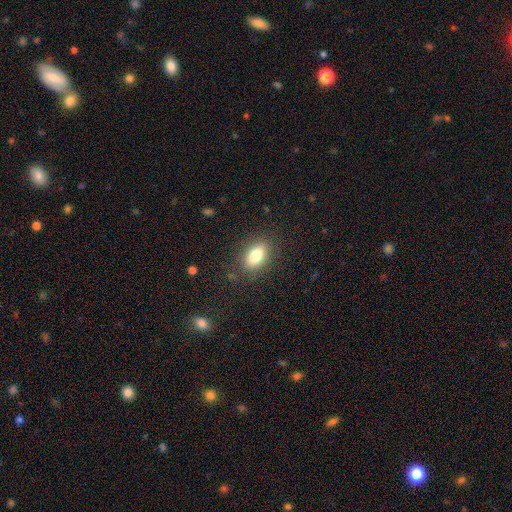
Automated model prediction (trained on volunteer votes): smooth 80%, featured or disk 11%, star or artifact 9%. Down the decision tree: how rounded — in between (86%); merging — none (83%).